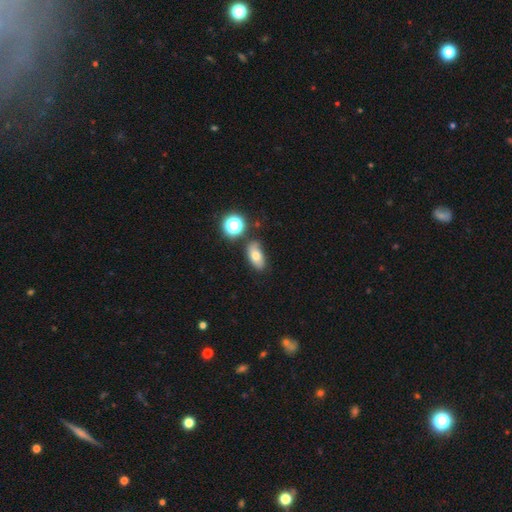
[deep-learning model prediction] Smooth or featured? smooth (71%)
How rounded? in between (85%)
Merging? none (73%)